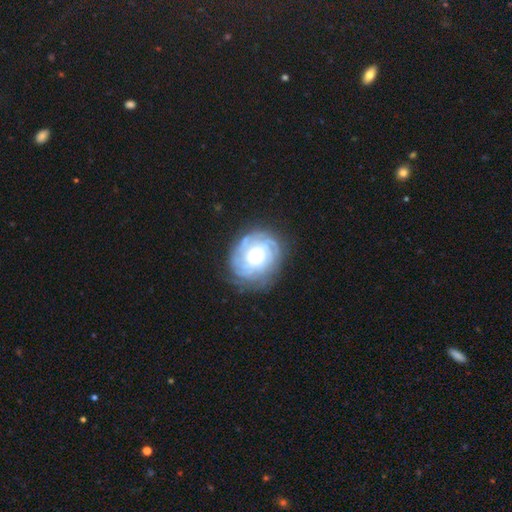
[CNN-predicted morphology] A featured or disk galaxy (79%) with no bar (72%), tight (73%) spiral arms (92%) and a moderate central bulge (57%). Merging: none (75%).